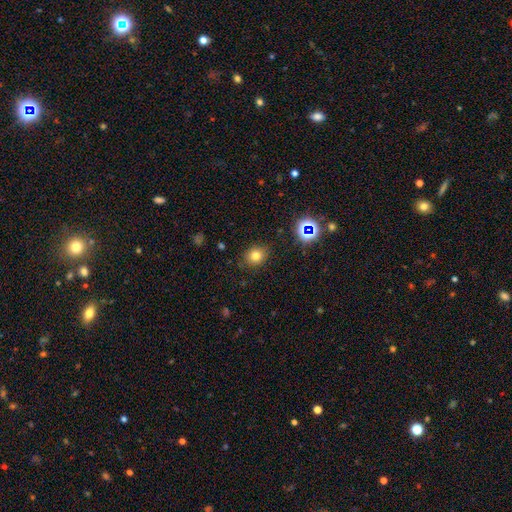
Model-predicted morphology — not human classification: Smooth or featured? Predicted: smooth (p=0.75). How rounded? Predicted: round (p=0.66). Merging? Predicted: none (p=0.85).